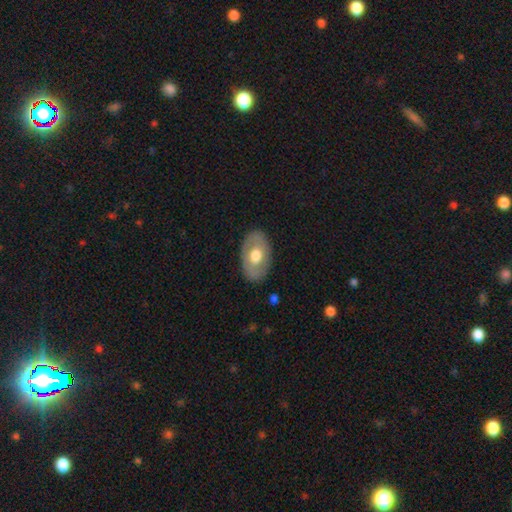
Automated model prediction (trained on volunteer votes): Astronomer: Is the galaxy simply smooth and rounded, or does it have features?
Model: smooth — 54% (runner-up: featured or disk, 41%).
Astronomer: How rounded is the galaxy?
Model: in between — 87%.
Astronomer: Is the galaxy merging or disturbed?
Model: none — 84%.